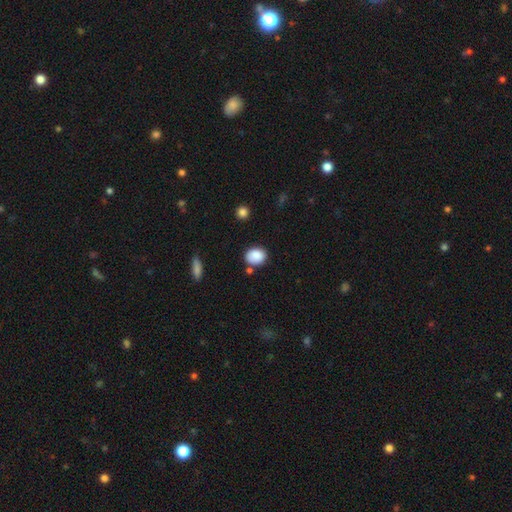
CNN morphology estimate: smooth 87%, star or artifact 8%, featured or disk 5%. Down the decision tree: how rounded — in between (51%); merging — none (75%).